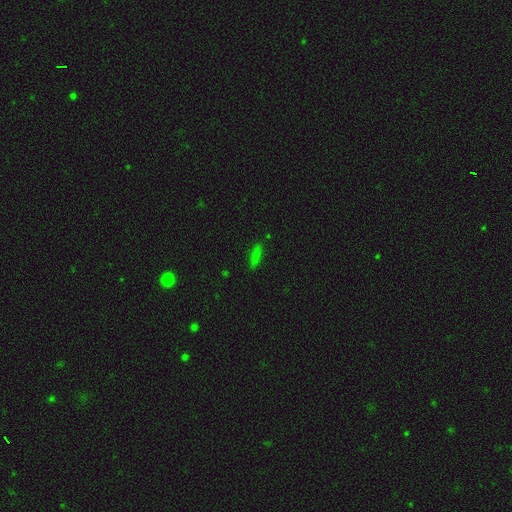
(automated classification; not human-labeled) Morphology: type=smooth (78%); roundness=cigar-shaped (65%); merging=none (84%).